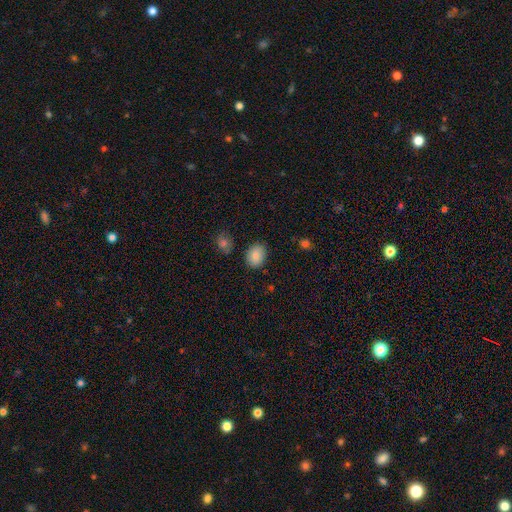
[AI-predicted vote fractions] Overall: smooth (84%). How rounded: in between (61%; round 38%). Merging: none (86%).